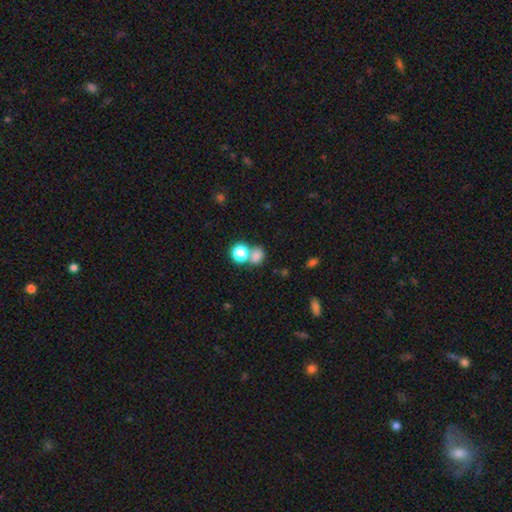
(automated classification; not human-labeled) smooth-or-featured: smooth: 75% | star or artifact: 17% | featured or disk: 8%
  how-rounded: round: 65% | in between: 33% | cigar-shaped: 1%
  merging: none: 47% | merger: 39% | minor disturbance: 9% | major disturbance: 5%